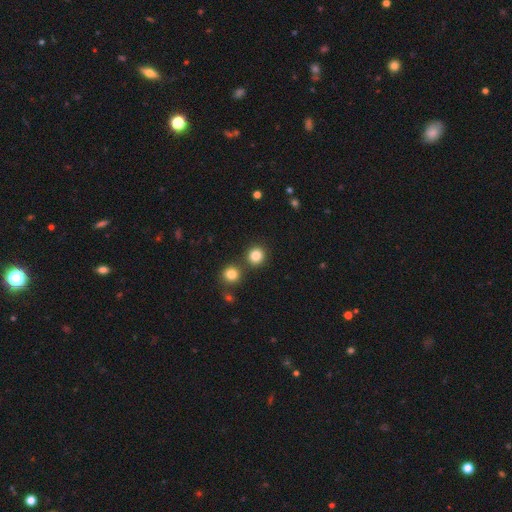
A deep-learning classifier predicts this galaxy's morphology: This is clearly a smooth galaxy (84%). How rounded: clearly round (90%). Merging: likely none (79%).